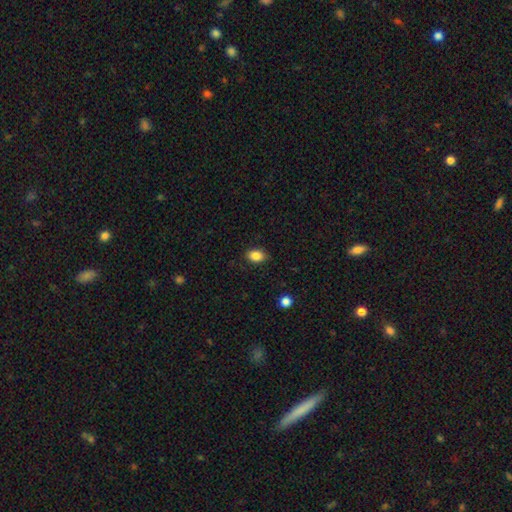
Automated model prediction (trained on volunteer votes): Smooth or featured? Predicted: smooth (p=0.86). How rounded? Predicted: in between (p=0.76). Merging? Predicted: none (p=0.85).